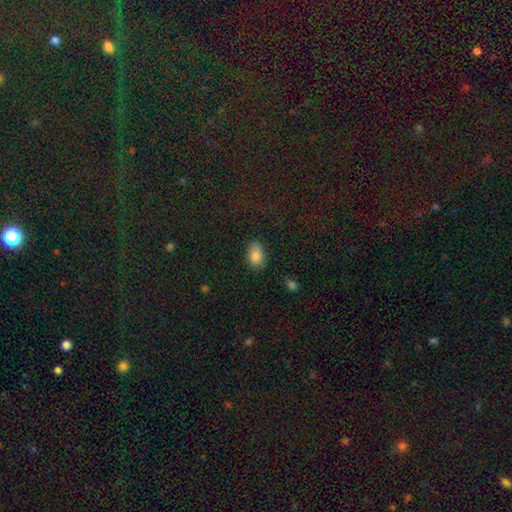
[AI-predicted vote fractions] Q: Smooth or featured?
A: smooth (85%); runner-up: star or artifact (9%)
Q: How rounded?
A: in between (87%); runner-up: round (12%)
Q: Merging?
A: none (76%); runner-up: minor disturbance (19%)